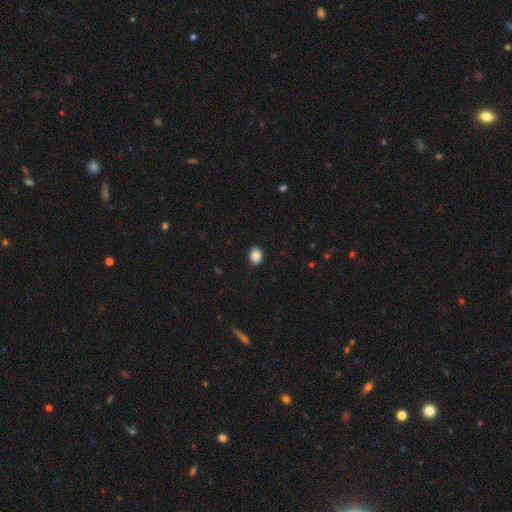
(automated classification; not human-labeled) Smooth or featured: smooth — 86% (star or artifact — 9%)
How rounded: in between — 60% (round — 39%)
Merging: none — 88% (minor disturbance — 9%)